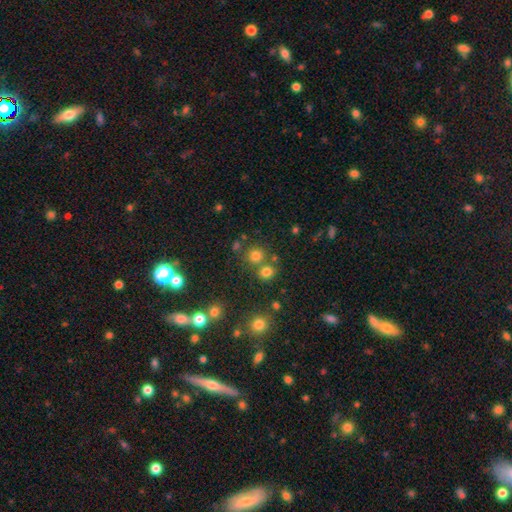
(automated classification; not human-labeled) Morphology: type=smooth (73%); roundness=round (88%); merging=none (67%).